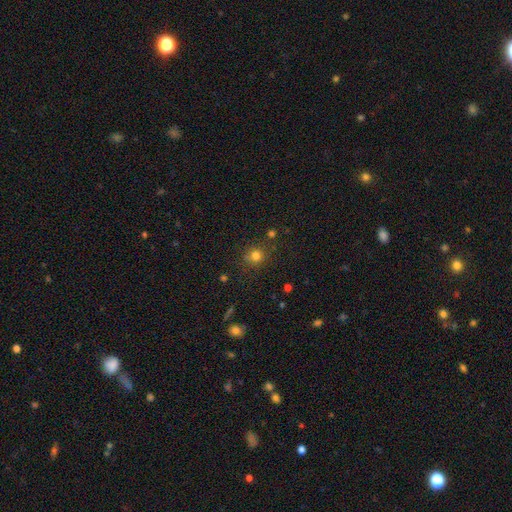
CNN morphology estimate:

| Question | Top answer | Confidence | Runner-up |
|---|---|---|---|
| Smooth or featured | smooth | 76% | star or artifact (17%) |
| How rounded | round | 88% | in between (11%) |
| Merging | none | 77% | minor disturbance (12%) |